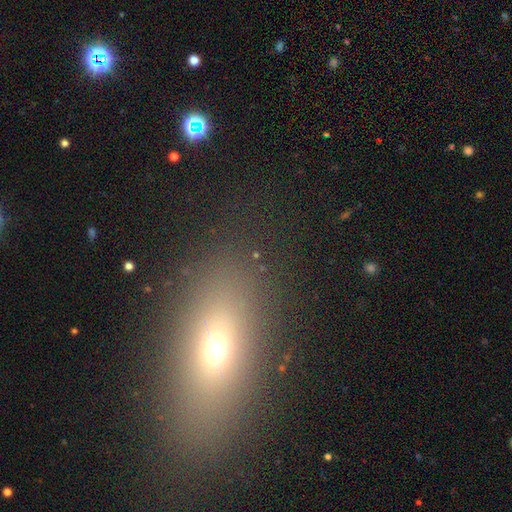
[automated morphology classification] Smooth or featured? star or artifact (43%)